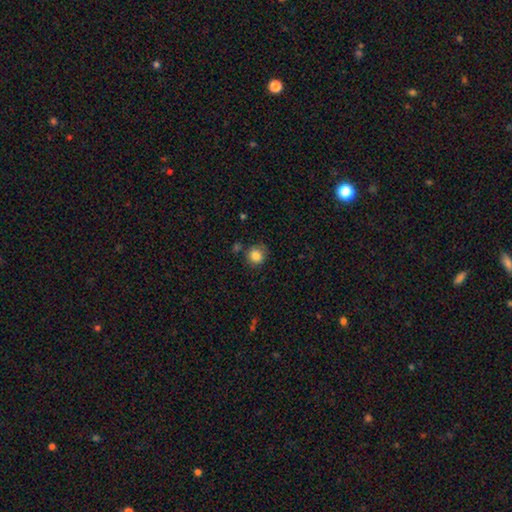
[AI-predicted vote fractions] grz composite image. It shows a smooth galaxy with no disk features (84%) that is round (86%). Merging: none (73%).